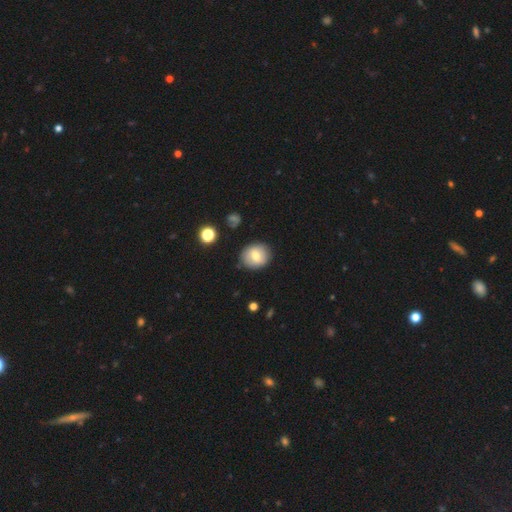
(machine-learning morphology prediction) Smooth or featured? smooth (68%)
How rounded? round (76%)
Merging? none (84%)